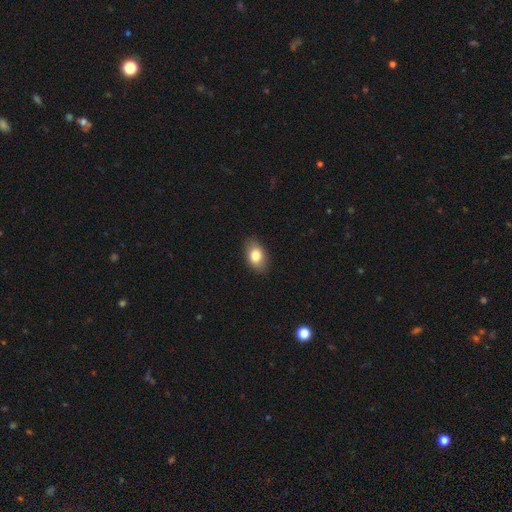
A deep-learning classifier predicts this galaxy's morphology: Smooth or featured?
  - smooth: 81% *
  - featured or disk: 12%
  - star or artifact: 8%
How rounded?
  - in between: 87% *
  - round: 11%
  - cigar-shaped: 2%
Merging?
  - none: 86% *
  - minor disturbance: 10%
  - major disturbance: 2%
  - merger: 1%